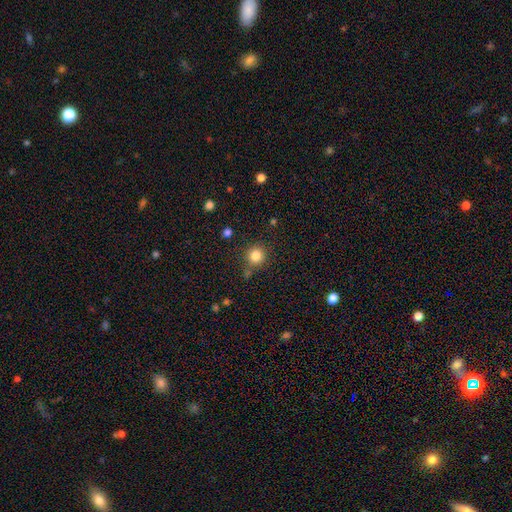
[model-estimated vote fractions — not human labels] Overall: smooth (83%). How rounded: round (91%). Merging: none (80%).